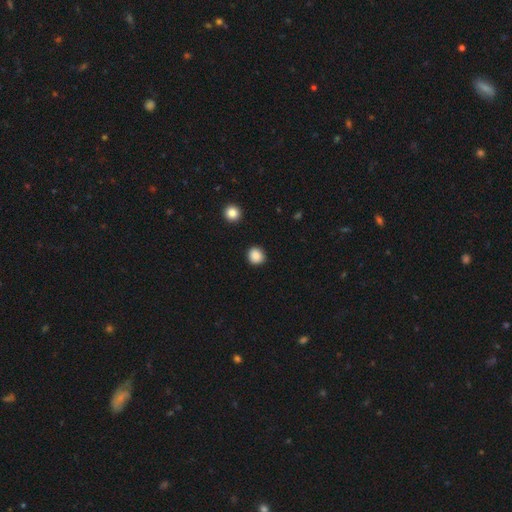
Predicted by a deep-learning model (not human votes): Smooth or featured? Predicted: smooth (p=0.87). How rounded? Predicted: round (p=0.88). Merging? Predicted: none (p=0.90).